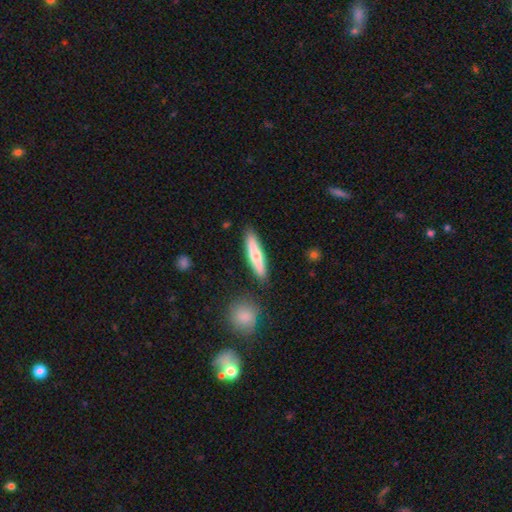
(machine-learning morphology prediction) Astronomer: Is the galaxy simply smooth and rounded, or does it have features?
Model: smooth — 62%.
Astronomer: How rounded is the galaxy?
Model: cigar-shaped — 82%.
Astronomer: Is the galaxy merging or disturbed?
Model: none — 86%.